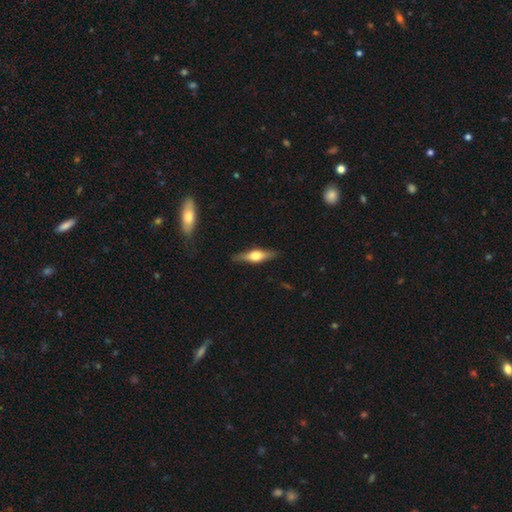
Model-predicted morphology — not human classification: type=featured or disk (56%); edge-on=yes (94%); edge-on bulge=rounded (92%); merging=none (87%).